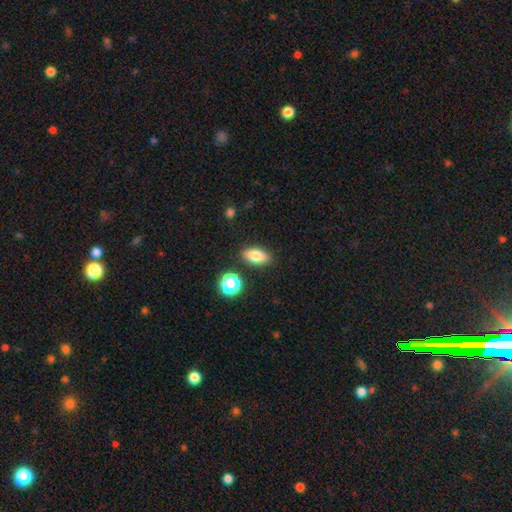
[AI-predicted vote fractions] Morphology: type=smooth (79%); roundness=in between (84%); merging=none (85%).